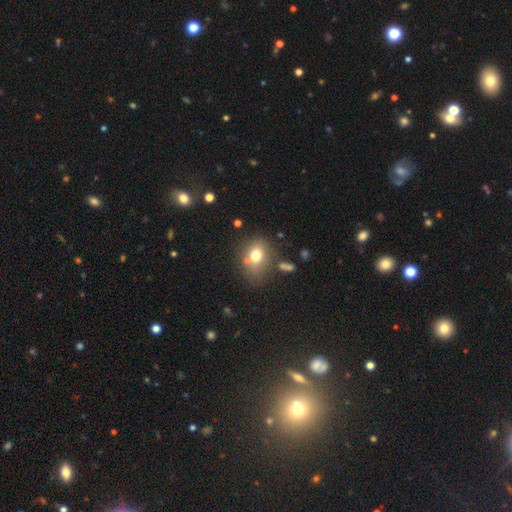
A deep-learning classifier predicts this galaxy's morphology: A smooth galaxy with no disk features (73%) that is in between round and cigar-shaped (52%).

Vote fractions:
- Smooth or featured? smooth: 73% / featured or disk: 15% / star or artifact: 12%
- How rounded? in between: 52% / round: 46% / cigar-shaped: 1%
- Merging? none: 64% / minor disturbance: 17% / merger: 12% / major disturbance: 7%